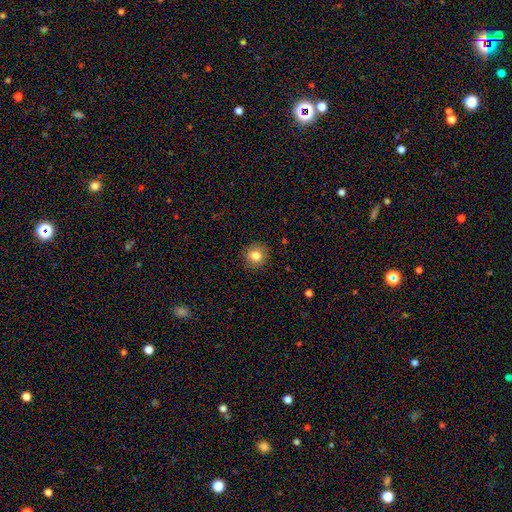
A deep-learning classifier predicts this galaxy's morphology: smooth-or-featured: smooth: 81% | star or artifact: 10% | featured or disk: 8%
  how-rounded: round: 91% | in between: 8% | cigar-shaped: 1%
  merging: none: 89% | minor disturbance: 7% | major disturbance: 2% | merger: 1%